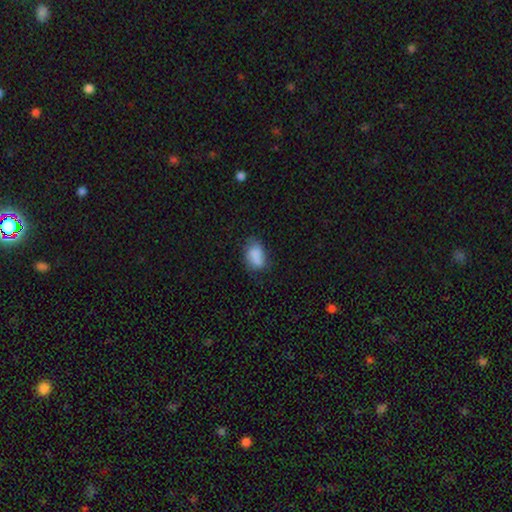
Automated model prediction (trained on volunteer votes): A smooth galaxy with no disk features (82%) that is in between round and cigar-shaped (86%).

Vote fractions:
- Smooth or featured? smooth: 82% / featured or disk: 10% / star or artifact: 8%
- How rounded? in between: 86% / round: 13% / cigar-shaped: 1%
- Merging? none: 60% / minor disturbance: 29% / major disturbance: 9% / merger: 2%